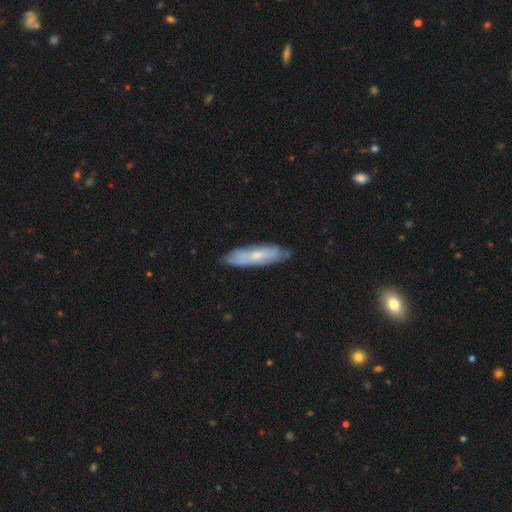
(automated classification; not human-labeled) smooth-or-featured: featured or disk: 54% | smooth: 40% | star or artifact: 6%
  disk-edge-on: no: 63% | yes: 37%
  merging: none: 76% | minor disturbance: 19% | major disturbance: 3% | merger: 1%